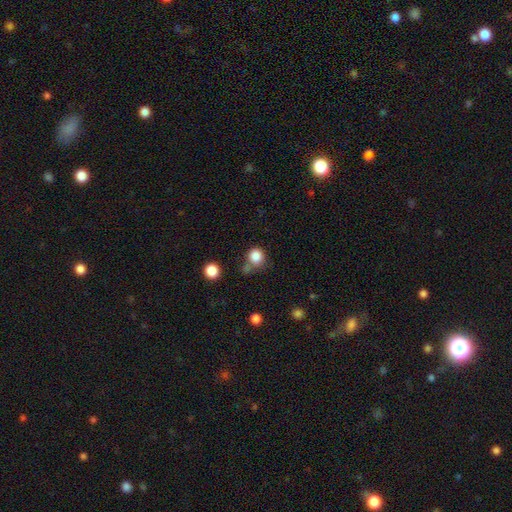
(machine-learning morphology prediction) smooth-or-featured: smooth: 84% | star or artifact: 11% | featured or disk: 5%
  how-rounded: round: 84% | in between: 15% | cigar-shaped: 1%
  merging: none: 64% | minor disturbance: 15% | merger: 15% | major disturbance: 6%